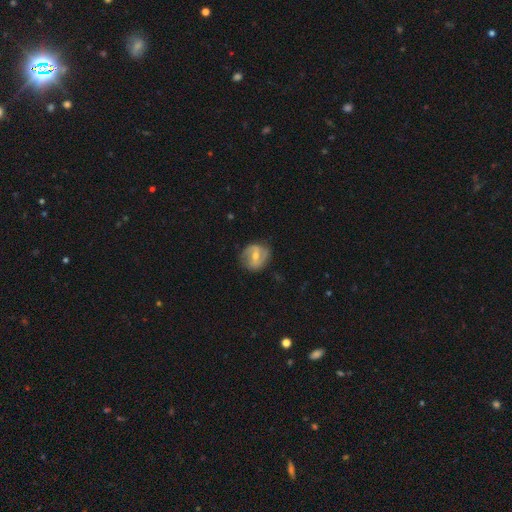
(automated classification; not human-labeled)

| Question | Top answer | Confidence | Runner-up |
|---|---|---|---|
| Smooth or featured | featured or disk | 69% | smooth (25%) |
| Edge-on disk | no | 96% | yes (4%) |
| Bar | weak | 45% | strong (37%) |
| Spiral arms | yes | 76% | no (24%) |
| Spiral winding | medium | 43% | tight (30%) |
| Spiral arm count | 2 | 82% | can't tell (11%) |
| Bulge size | moderate | 62% | small (34%) |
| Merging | none | 78% | minor disturbance (16%) |